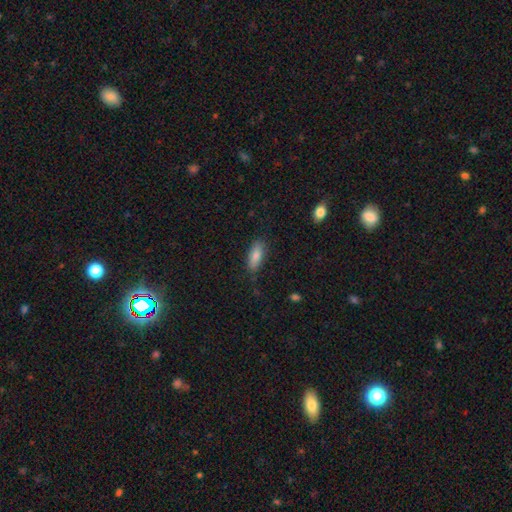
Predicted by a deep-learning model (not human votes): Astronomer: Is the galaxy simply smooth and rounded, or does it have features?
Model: smooth — 81%.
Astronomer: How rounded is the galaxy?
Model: in between — 76%.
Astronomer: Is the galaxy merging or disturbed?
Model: none — 80%.